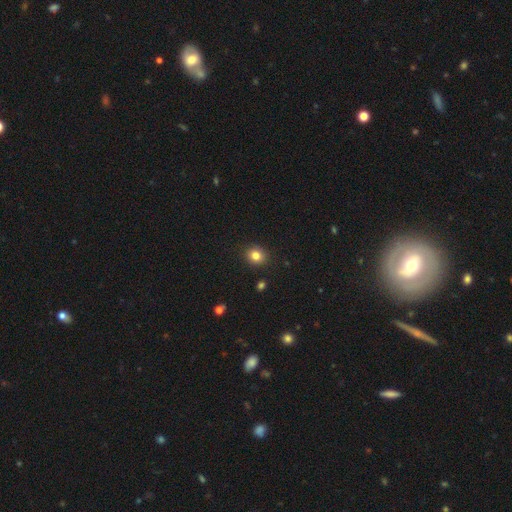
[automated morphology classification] A smooth galaxy with no disk features (82%) that is round (76%). Merging: none (90%).